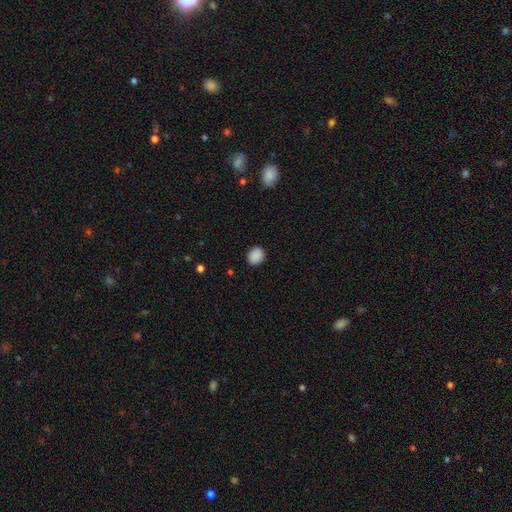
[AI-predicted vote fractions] The model was most divided on "how rounded": round: 64%, in between: 35%, cigar-shaped: 1%. More confident: merging — none (89%); smooth or featured — smooth (89%).